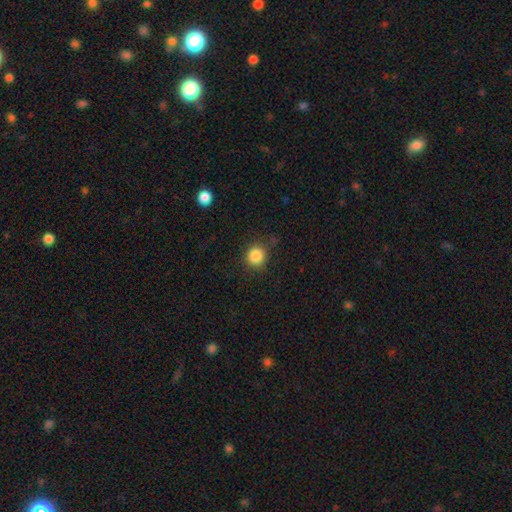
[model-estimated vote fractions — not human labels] Morphology: type=smooth (85%); roundness=round (91%); merging=none (83%).